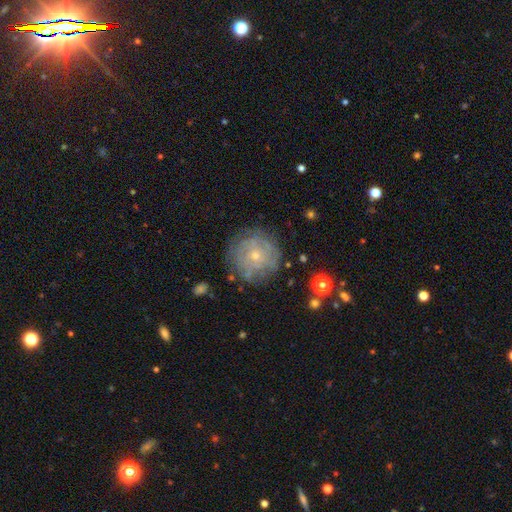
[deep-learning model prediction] Q: Smooth or featured?
A: featured or disk (60%); runner-up: smooth (31%)
Q: Edge-on disk?
A: no (97%); runner-up: yes (3%)
Q: Bar?
A: no (84%); runner-up: weak (14%)
Q: Spiral arms?
A: yes (66%); runner-up: no (34%)
Q: Bulge size?
A: small (68%); runner-up: moderate (28%)
Q: Merging?
A: none (76%); runner-up: minor disturbance (16%)